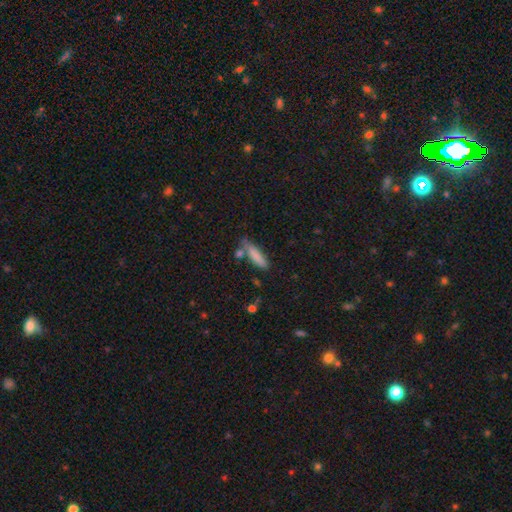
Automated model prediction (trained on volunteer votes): Morphology: type=smooth (82%); roundness=cigar-shaped (69%); merging=none (63%).